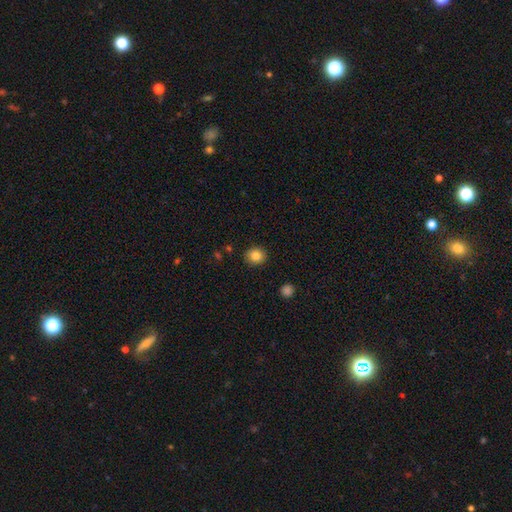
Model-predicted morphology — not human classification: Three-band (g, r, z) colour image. It shows a smooth galaxy with no disk features (84%) that is round (83%). Merging: none (89%).